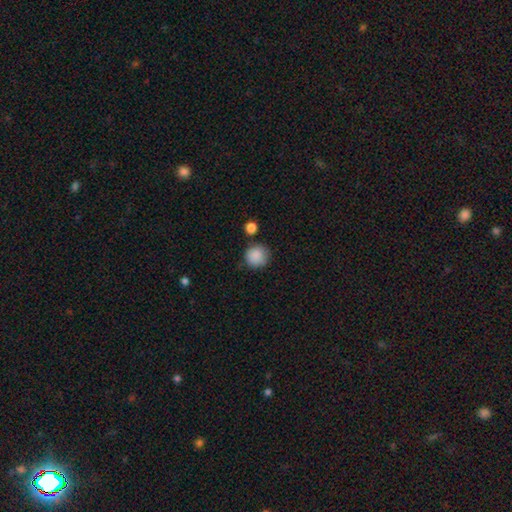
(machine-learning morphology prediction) smooth 89%, star or artifact 8%, featured or disk 3%. Down the decision tree: how rounded — round (92%); merging — none (80%).